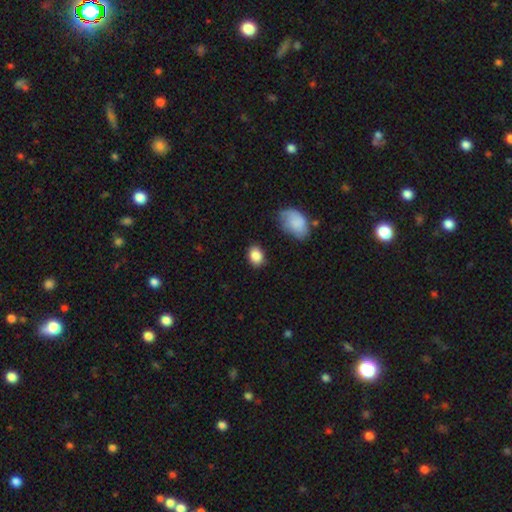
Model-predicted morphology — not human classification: smooth-or-featured: smooth: 86% | star or artifact: 8% | featured or disk: 6%
  how-rounded: in between: 66% | round: 33% | cigar-shaped: 1%
  merging: none: 80% | minor disturbance: 14% | major disturbance: 3% | merger: 2%